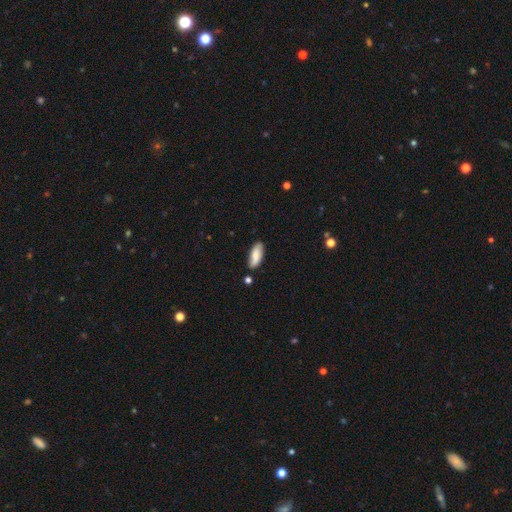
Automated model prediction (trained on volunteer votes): This appears to be a smooth galaxy with no disk features (73%) that is in between round and cigar-shaped (75%). Merging: none (76%).